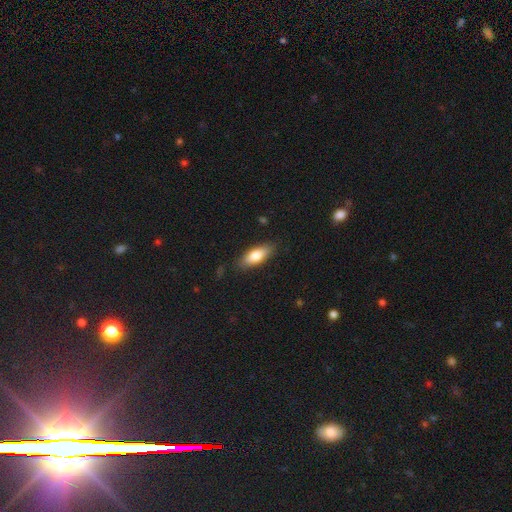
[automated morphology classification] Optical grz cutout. It shows a smooth galaxy with no disk features (76%) that is in between round and cigar-shaped (72%). Merging: none (84%).